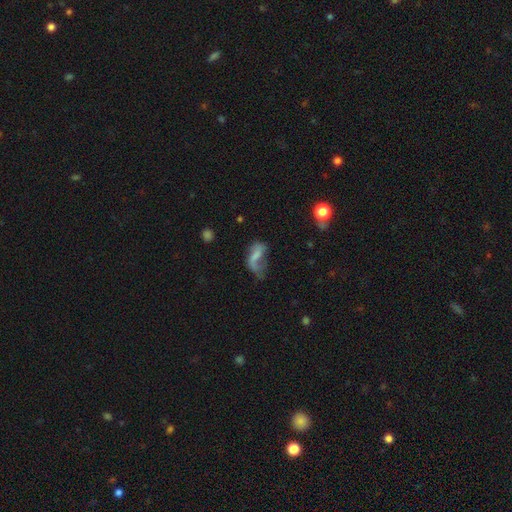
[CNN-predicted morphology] Q: Smooth or featured?
A: featured or disk (49%); runner-up: smooth (39%)
Q: Merging?
A: major disturbance (44%); runner-up: none (26%)